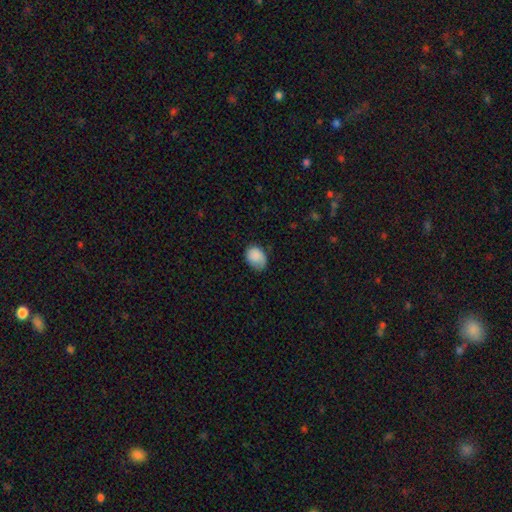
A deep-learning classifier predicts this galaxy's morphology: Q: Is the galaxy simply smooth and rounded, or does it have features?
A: smooth — 85%.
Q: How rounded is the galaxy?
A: in between — 61%.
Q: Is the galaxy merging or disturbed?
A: none — 56%.